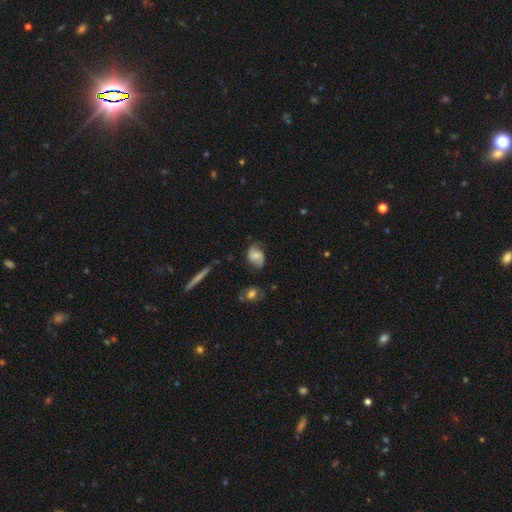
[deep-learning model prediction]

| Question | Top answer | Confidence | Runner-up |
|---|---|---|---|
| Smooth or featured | smooth | 47% | featured or disk (45%) |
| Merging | none | 63% | minor disturbance (26%) |